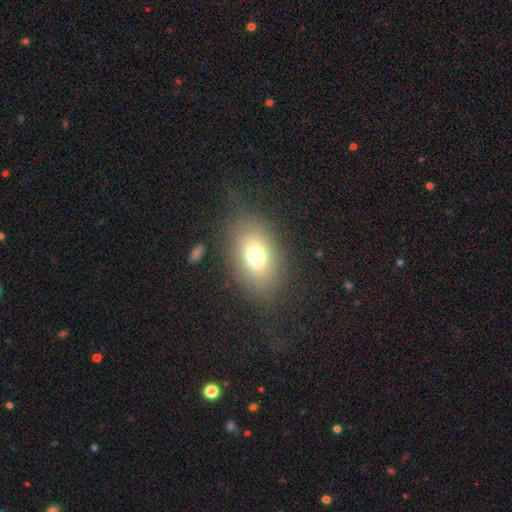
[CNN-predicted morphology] A smooth galaxy with no disk features (70%) that is in between round and cigar-shaped (80%). Merging: none (78%).